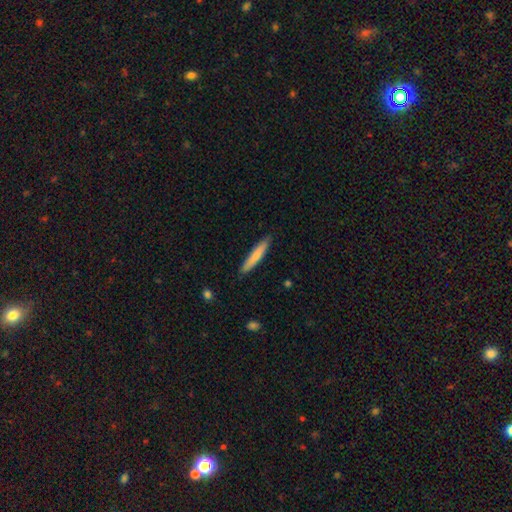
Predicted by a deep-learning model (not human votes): smooth-or-featured: smooth: 75% | featured or disk: 20% | star or artifact: 5%
  how-rounded: cigar-shaped: 92% | in between: 6% | round: 1%
  merging: none: 88% | minor disturbance: 9% | major disturbance: 2% | merger: 1%